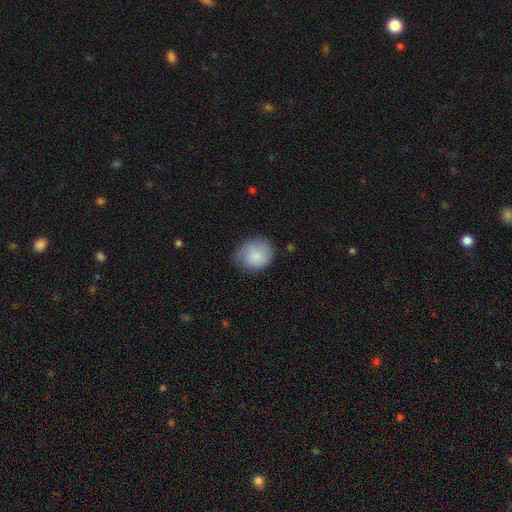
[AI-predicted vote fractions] Morphology: type=smooth (83%); roundness=round (66%); merging=none (65%).